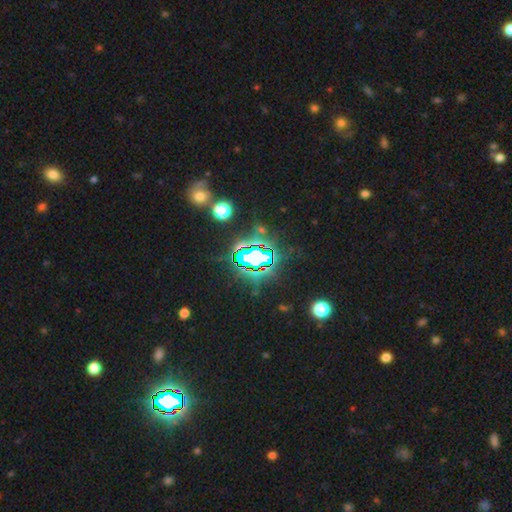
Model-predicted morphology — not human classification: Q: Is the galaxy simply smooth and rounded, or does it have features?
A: star or artifact — 76%.